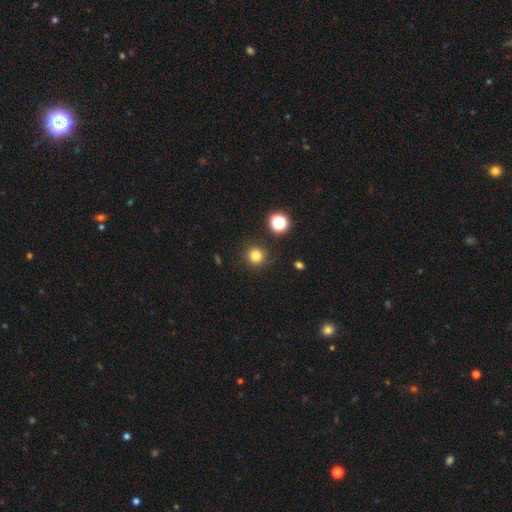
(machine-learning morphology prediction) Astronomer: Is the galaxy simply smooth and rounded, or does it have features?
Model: smooth — 80%.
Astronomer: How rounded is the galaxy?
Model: round — 94%.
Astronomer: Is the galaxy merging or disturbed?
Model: none — 86%.